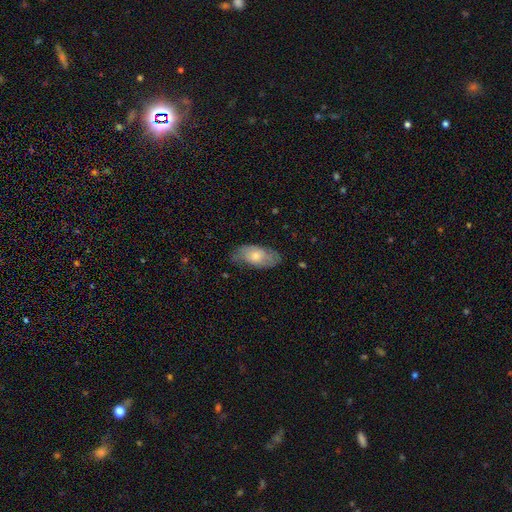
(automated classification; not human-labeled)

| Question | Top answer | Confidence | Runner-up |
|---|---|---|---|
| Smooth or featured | smooth | 61% | featured or disk (33%) |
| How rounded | in between | 91% | cigar-shaped (5%) |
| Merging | none | 64% | minor disturbance (27%) |